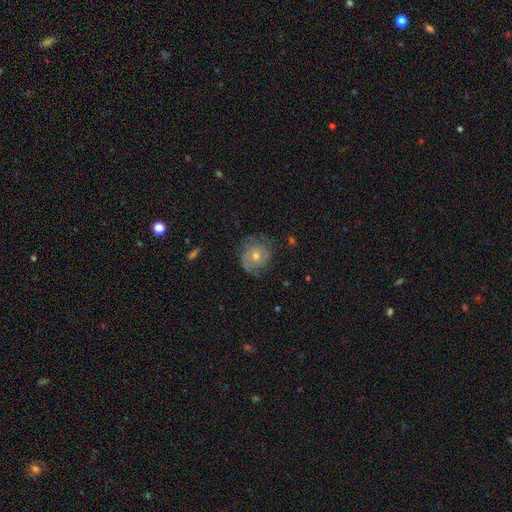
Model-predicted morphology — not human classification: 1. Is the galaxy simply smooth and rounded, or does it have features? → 65% featured or disk, 24% smooth, 11% star or artifact.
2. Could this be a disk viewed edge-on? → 97% no, 3% yes.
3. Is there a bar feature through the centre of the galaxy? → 80% no, 16% weak, 3% strong.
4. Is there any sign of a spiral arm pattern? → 84% yes, 16% no.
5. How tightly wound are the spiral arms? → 61% tight, 29% medium, 10% loose.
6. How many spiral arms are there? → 37% 2, 36% can't tell, 11% 3, 9% 1, 4% 4, 3% more than 4.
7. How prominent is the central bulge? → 56% moderate, 40% small, 2% large, 1% none, 1% dominant.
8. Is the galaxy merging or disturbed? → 73% none, 18% minor disturbance, 8% major disturbance, 1% merger.